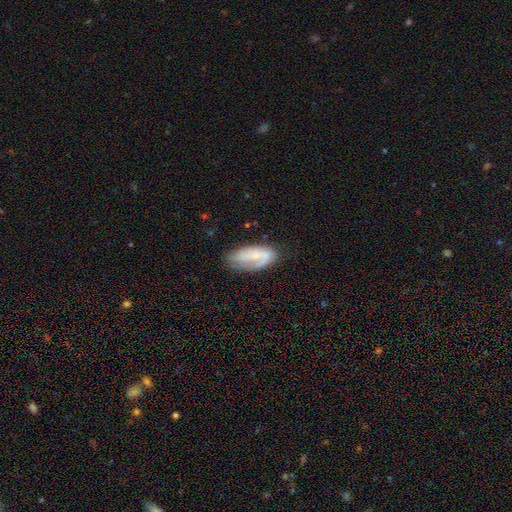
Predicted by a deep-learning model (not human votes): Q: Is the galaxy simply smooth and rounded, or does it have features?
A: featured or disk — 53%.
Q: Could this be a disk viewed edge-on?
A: no — 93%.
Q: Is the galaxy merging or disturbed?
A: none — 57%.